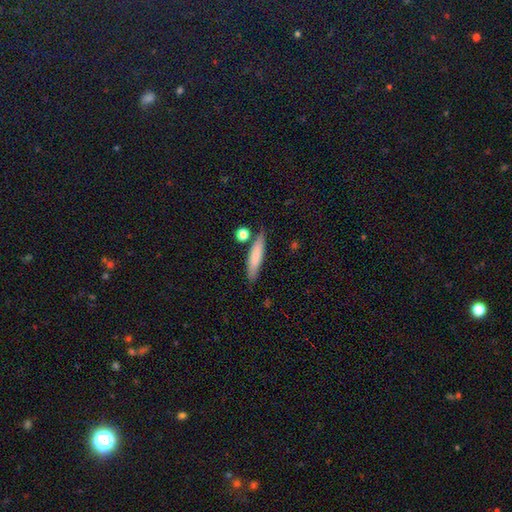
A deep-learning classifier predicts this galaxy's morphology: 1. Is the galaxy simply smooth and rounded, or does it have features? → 76% smooth, 18% featured or disk, 6% star or artifact.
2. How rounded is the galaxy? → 81% cigar-shaped, 17% in between, 2% round.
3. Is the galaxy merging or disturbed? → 77% none, 13% minor disturbance, 7% merger, 3% major disturbance.